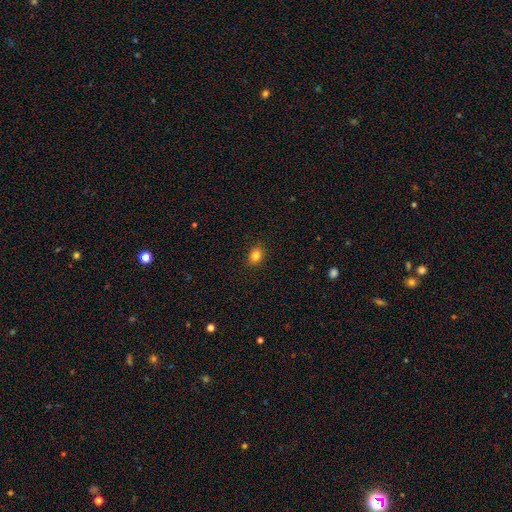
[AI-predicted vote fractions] This is clearly a smooth galaxy (84%). How rounded: possibly round (51%). Merging: clearly none (89%).